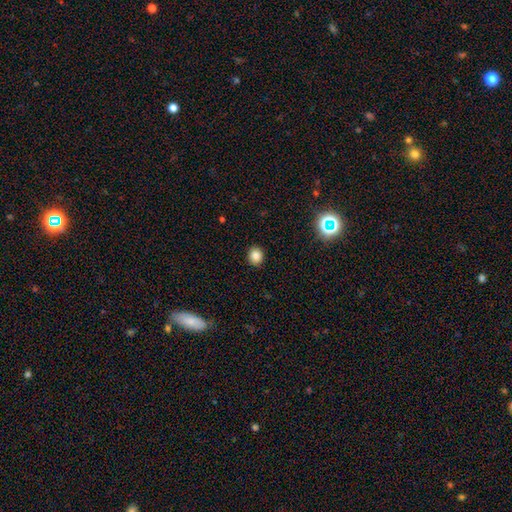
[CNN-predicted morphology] Smooth or featured?
  - smooth: 83% *
  - star or artifact: 12%
  - featured or disk: 5%
How rounded?
  - round: 71% *
  - in between: 28%
  - cigar-shaped: 1%
Merging?
  - none: 91% *
  - minor disturbance: 6%
  - major disturbance: 2%
  - merger: 1%